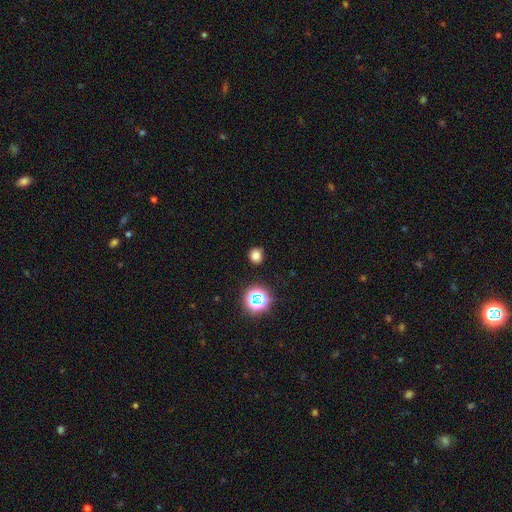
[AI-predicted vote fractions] Morphology: type=smooth (76%); roundness=round (84%); merging=none (88%).